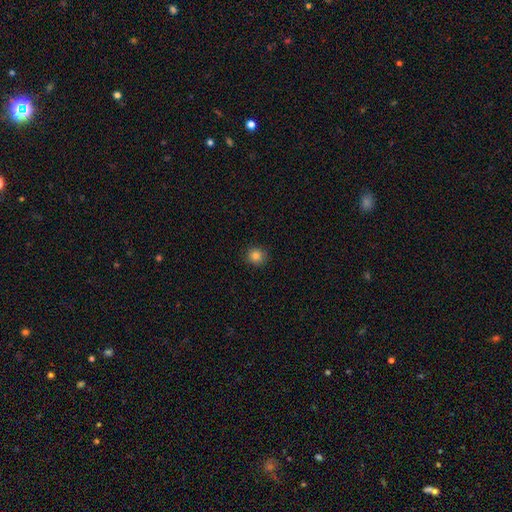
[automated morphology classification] Smooth or featured? smooth (82%)
How rounded? round (91%)
Merging? none (91%)